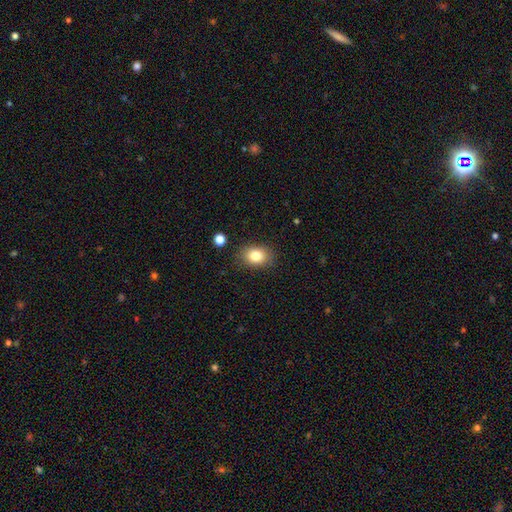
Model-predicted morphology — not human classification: This appears to be a smooth galaxy with no disk features (82%) that is in between round and cigar-shaped (63%). Merging: none (84%).